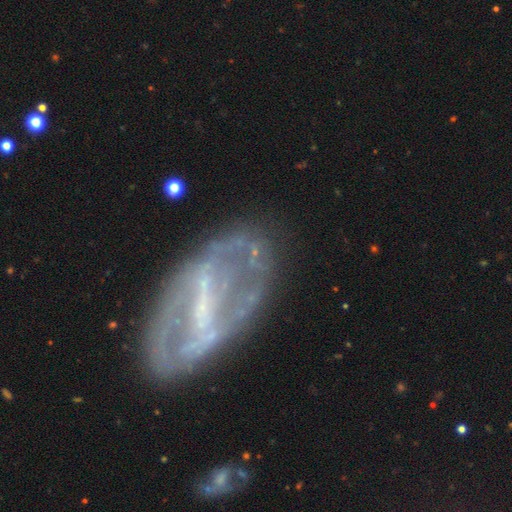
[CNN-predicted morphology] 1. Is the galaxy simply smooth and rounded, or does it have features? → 76% featured or disk, 14% smooth, 10% star or artifact.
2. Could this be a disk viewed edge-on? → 93% no, 7% yes.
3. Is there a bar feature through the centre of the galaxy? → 46% strong, 31% weak, 23% no.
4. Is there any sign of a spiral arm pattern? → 55% yes, 45% no.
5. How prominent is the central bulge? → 44% none, 41% small, 12% moderate, 2% large, 1% dominant.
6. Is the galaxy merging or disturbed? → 61% none, 20% minor disturbance, 16% major disturbance, 4% merger.